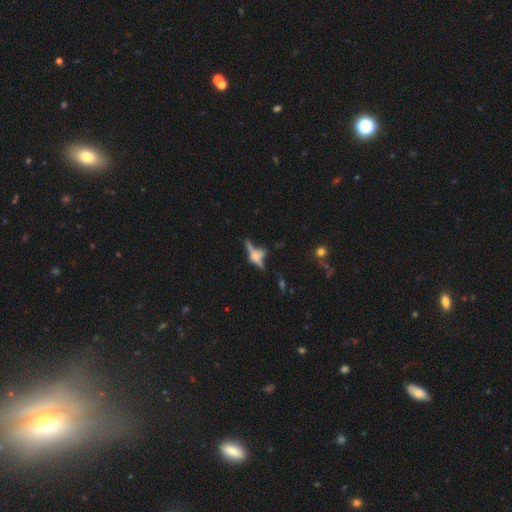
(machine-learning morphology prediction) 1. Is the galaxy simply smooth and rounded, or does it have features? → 60% featured or disk, 26% smooth, 14% star or artifact.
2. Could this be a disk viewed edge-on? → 85% yes, 15% no.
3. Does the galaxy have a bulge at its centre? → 78% rounded, 14% boxy, 8% none.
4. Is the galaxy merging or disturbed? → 56% none, 17% merger, 16% minor disturbance, 11% major disturbance.